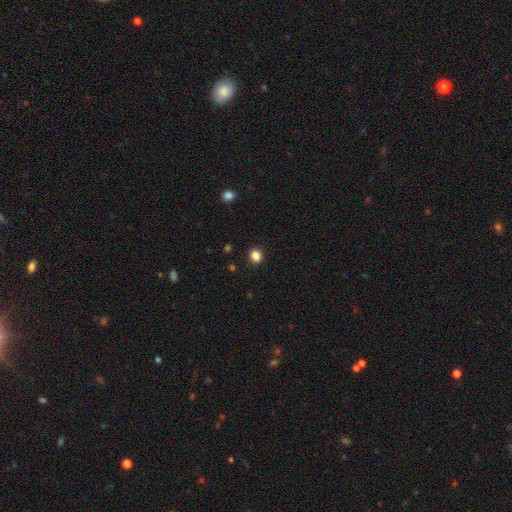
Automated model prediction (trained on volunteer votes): This is clearly a smooth galaxy (85%). How rounded: likely round (71%). Merging: clearly none (89%).